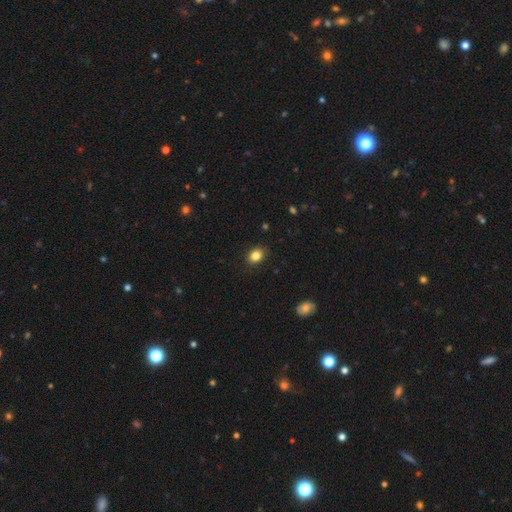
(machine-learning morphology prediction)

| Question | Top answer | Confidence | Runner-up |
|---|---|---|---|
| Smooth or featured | smooth | 84% | star or artifact (10%) |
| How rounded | in between | 55% | round (44%) |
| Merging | none | 88% | minor disturbance (9%) |